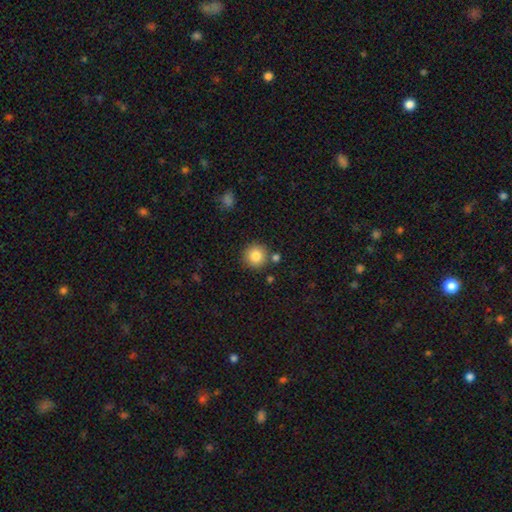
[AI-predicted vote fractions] This is clearly a smooth galaxy (83%). How rounded: clearly round (95%). Merging: clearly none (82%).